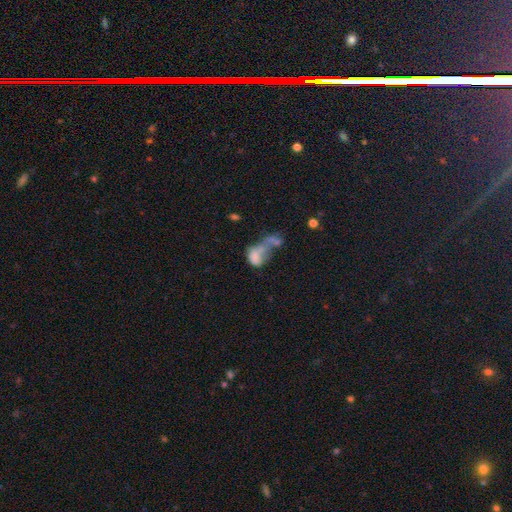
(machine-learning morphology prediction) The model was most divided on "merging": merger: 50%, major disturbance: 30%, none: 11%, minor disturbance: 9%. More confident: how rounded — in between (82%); smooth or featured — smooth (55%).